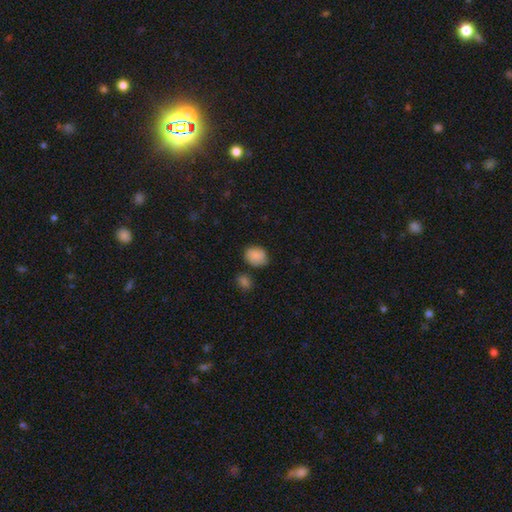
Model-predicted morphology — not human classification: smooth_or_featured: smooth (p=0.80) [alt: featured or disk p=0.12]
how_rounded: in between (p=0.50) [alt: round p=0.48]
merging: none (p=0.63) [alt: minor disturbance p=0.25]